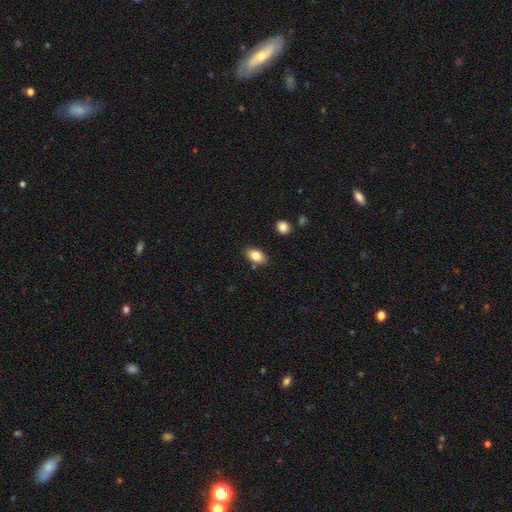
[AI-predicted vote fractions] smooth_or_featured: smooth (p=0.83) [alt: featured or disk p=0.09]
how_rounded: in between (p=0.88) [alt: round p=0.10]
merging: none (p=0.83) [alt: minor disturbance p=0.11]